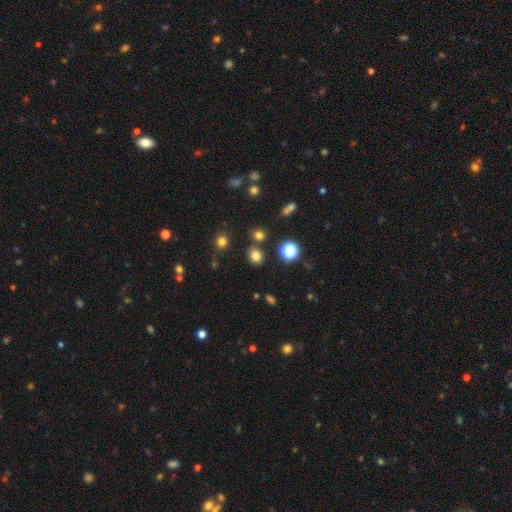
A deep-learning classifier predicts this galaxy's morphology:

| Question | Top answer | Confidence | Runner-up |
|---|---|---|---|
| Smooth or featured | smooth | 75% | star or artifact (20%) |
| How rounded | round | 72% | in between (27%) |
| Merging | none | 80% | minor disturbance (9%) |